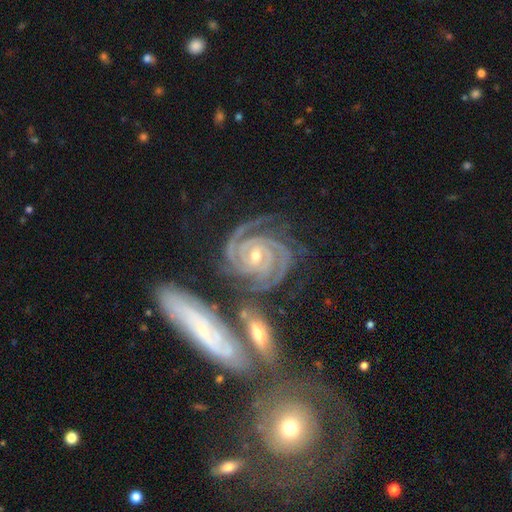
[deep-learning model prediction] Overall: featured or disk (92%). Edge-on disk: no (97%). Bar: no (46%; weak 31%). Spiral arms: yes (99%). Spiral arm count: 2 (36%; 3 33%). Spiral winding: tight (84%). Bulge size: small (56%; moderate 40%). Merging: none (65%).